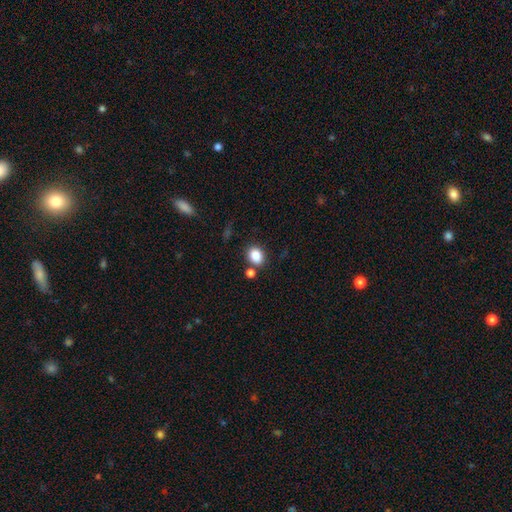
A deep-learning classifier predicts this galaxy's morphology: smooth_or_featured: smooth (p=0.86) [alt: star or artifact p=0.10]
how_rounded: in between (p=0.52) [alt: round p=0.47]
merging: none (p=0.74) [alt: merger p=0.11]